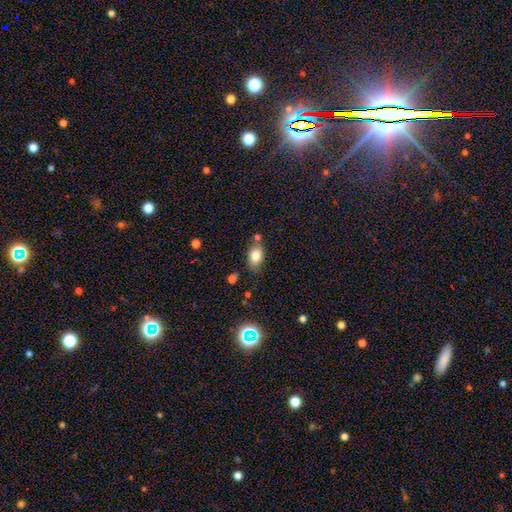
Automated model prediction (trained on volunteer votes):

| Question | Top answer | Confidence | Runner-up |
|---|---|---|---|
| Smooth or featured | smooth | 81% | featured or disk (10%) |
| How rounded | in between | 84% | round (14%) |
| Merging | none | 69% | minor disturbance (17%) |